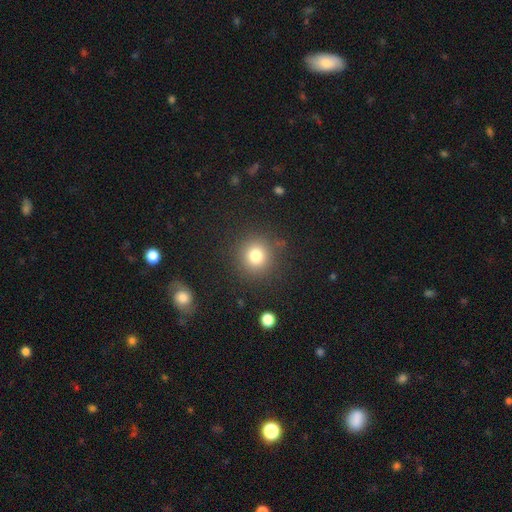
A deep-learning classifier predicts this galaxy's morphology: The model was most divided on "smooth or featured": smooth: 79%, star or artifact: 13%, featured or disk: 8%. More confident: how rounded — round (92%); merging — none (87%).